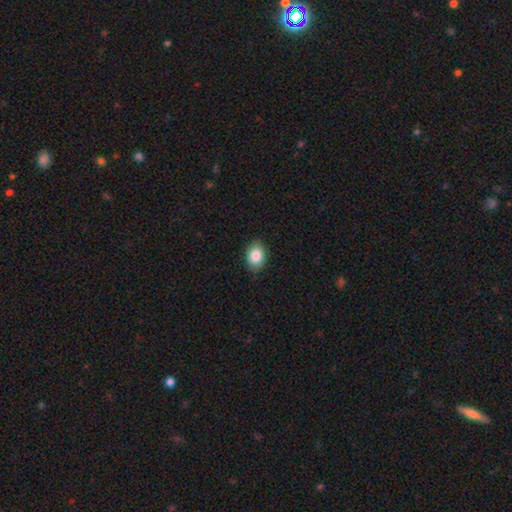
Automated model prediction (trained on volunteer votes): Overall: smooth (86%). How rounded: in between (72%). Merging: none (86%).